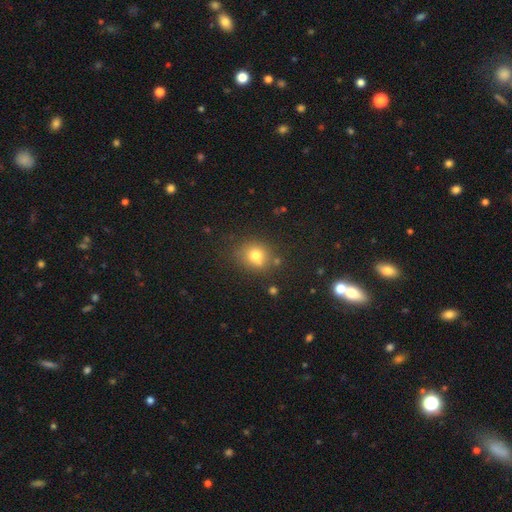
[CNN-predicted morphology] Q: Smooth or featured?
A: smooth (74%); runner-up: star or artifact (15%)
Q: How rounded?
A: round (74%); runner-up: in between (25%)
Q: Merging?
A: none (71%); runner-up: minor disturbance (15%)